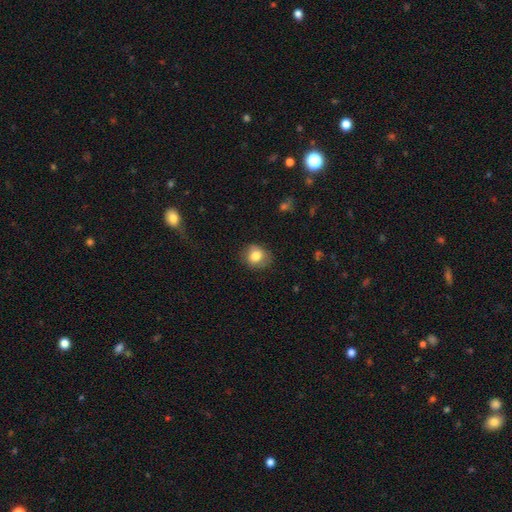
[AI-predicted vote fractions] Overall: smooth (80%). How rounded: round (71%). Merging: none (78%).